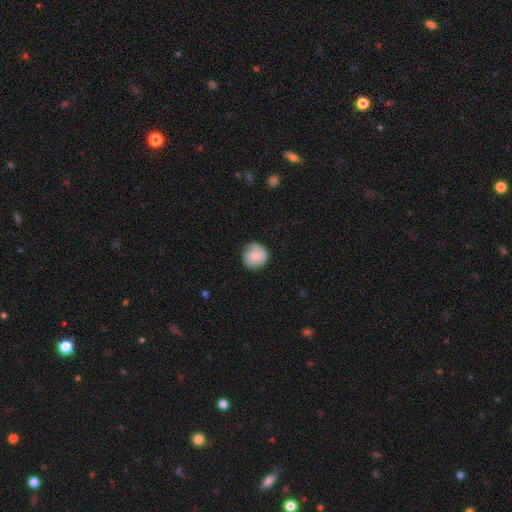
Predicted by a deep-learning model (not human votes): A smooth galaxy with no disk features (59%) that is round (87%).

Vote fractions:
- Smooth or featured? smooth: 59% / featured or disk: 34% / star or artifact: 7%
- How rounded? round: 87% / in between: 12% / cigar-shaped: 1%
- Merging? none: 72% / minor disturbance: 19% / major disturbance: 8% / merger: 1%